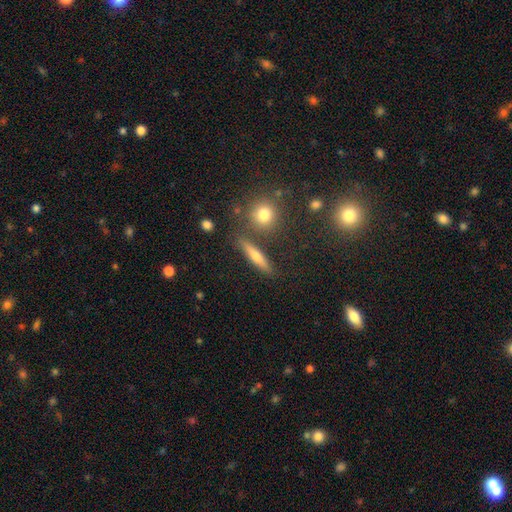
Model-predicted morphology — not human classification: type=smooth (44%); merging=none (83%).